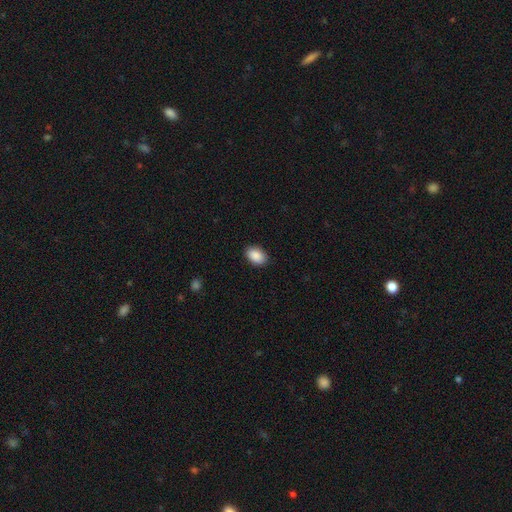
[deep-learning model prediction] A smooth galaxy with no disk features (90%) that is in between round and cigar-shaped (87%).

Vote fractions:
- Smooth or featured? smooth: 90% / star or artifact: 7% / featured or disk: 3%
- How rounded? in between: 87% / round: 11% / cigar-shaped: 1%
- Merging? none: 89% / minor disturbance: 8% / major disturbance: 2% / merger: 1%